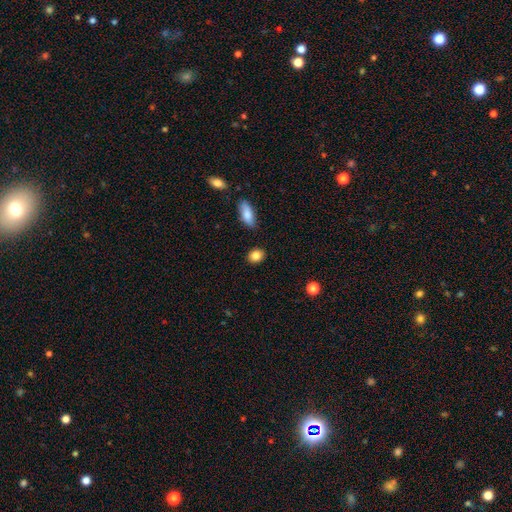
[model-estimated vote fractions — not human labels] A smooth galaxy with no disk features (85%) that is round (50%). Merging: none (88%).